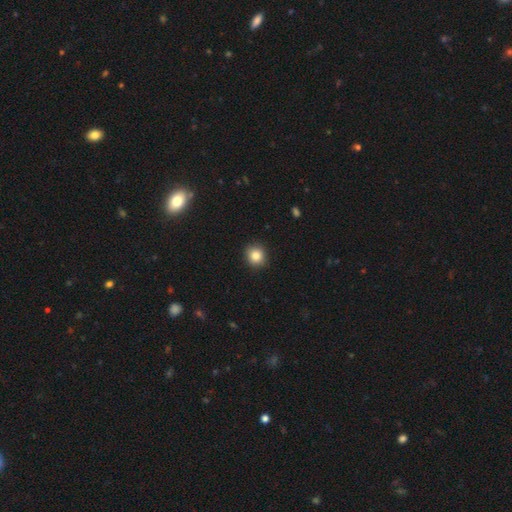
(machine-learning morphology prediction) The model was most divided on "smooth or featured": smooth: 84%, star or artifact: 10%, featured or disk: 6%. More confident: merging — none (91%); how rounded — round (88%).